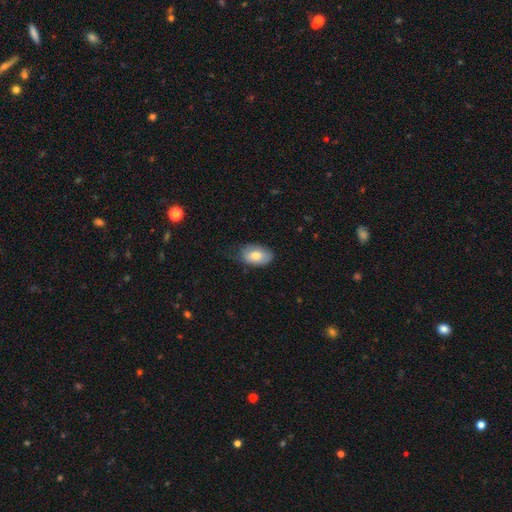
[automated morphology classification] Q: Smooth or featured?
A: smooth (75%); runner-up: featured or disk (19%)
Q: How rounded?
A: in between (89%); runner-up: round (10%)
Q: Merging?
A: none (63%); runner-up: minor disturbance (29%)